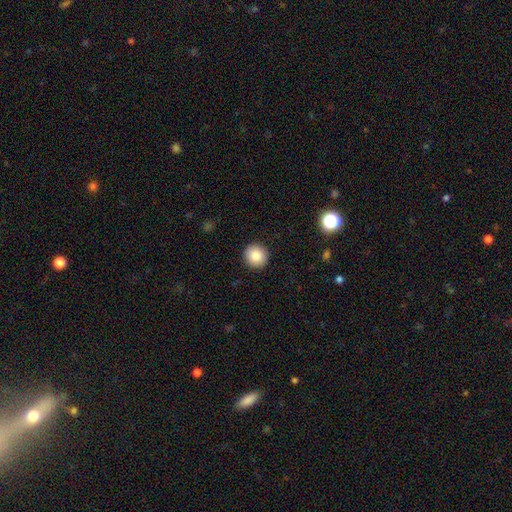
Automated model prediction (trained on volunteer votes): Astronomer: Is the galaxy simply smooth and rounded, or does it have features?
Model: smooth — 87%.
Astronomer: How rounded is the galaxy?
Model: round — 94%.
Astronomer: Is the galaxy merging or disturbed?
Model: none — 92%.